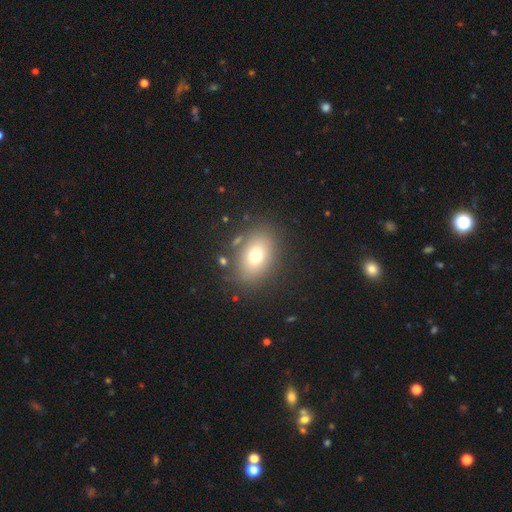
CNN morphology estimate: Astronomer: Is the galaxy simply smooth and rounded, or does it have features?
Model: smooth — 72%.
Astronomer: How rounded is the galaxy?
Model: in between — 76%.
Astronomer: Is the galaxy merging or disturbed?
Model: none — 81%.